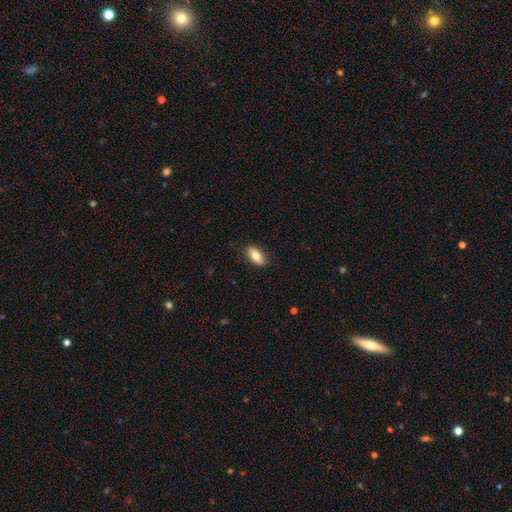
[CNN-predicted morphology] smooth_or_featured: smooth (p=0.82) [alt: featured or disk p=0.12]
how_rounded: in between (p=0.91) [alt: cigar-shaped p=0.05]
merging: none (p=0.87) [alt: minor disturbance p=0.10]